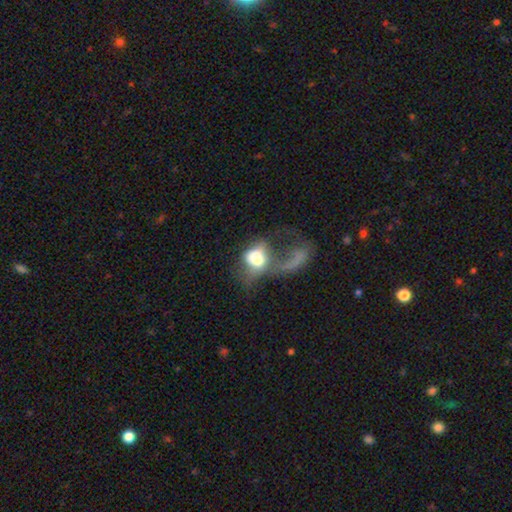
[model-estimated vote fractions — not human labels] A smooth galaxy with no disk features (56%) that is in between round and cigar-shaped (62%).

Vote fractions:
- Smooth or featured? smooth: 56% / featured or disk: 34% / star or artifact: 10%
- How rounded? in between: 62% / round: 36% / cigar-shaped: 2%
- Merging? major disturbance: 54% / merger: 27% / none: 11% / minor disturbance: 8%